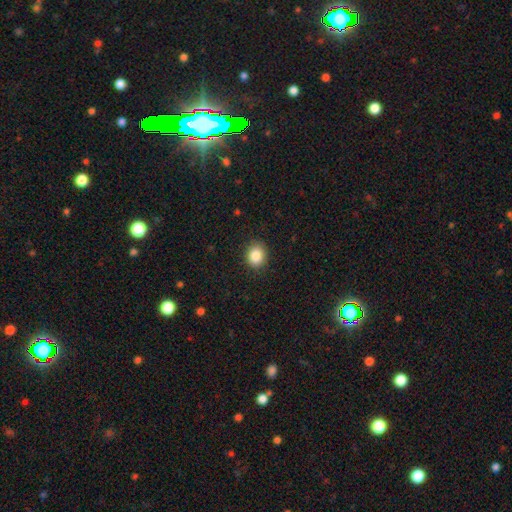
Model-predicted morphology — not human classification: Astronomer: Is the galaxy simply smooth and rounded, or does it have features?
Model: smooth — 87%.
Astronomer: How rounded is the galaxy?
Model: round — 63%.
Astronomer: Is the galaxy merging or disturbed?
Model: none — 89%.